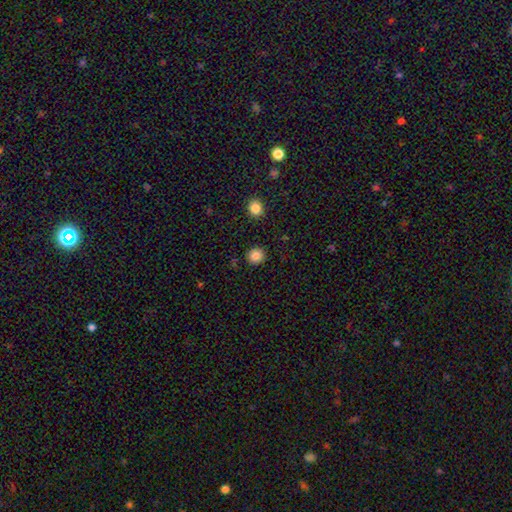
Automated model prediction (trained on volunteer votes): Smooth or featured? Predicted: smooth (p=0.85). How rounded? Predicted: round (p=0.93). Merging? Predicted: none (p=0.91).